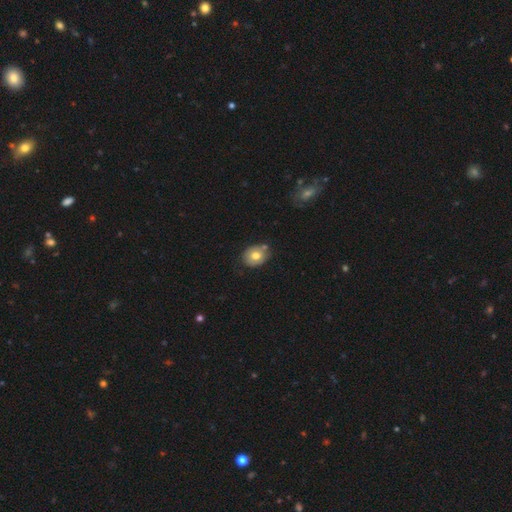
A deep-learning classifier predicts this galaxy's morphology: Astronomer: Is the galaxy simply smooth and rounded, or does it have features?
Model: smooth — 70%.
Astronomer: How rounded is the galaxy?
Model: in between — 56% (runner-up: round, 43%).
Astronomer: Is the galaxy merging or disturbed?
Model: none — 70%.